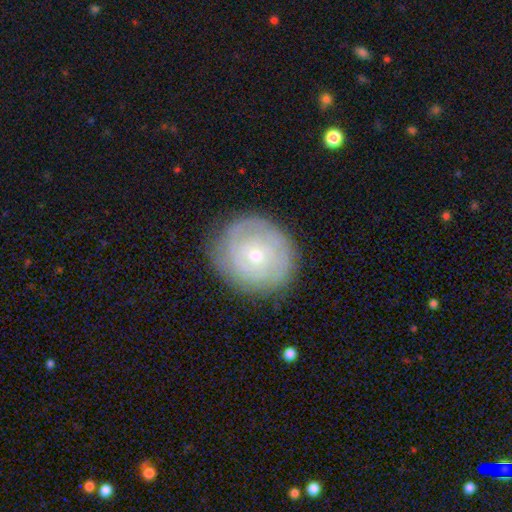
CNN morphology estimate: Smooth or featured: featured or disk — 63% (smooth — 30%)
Edge-on disk: no — 97% (yes — 3%)
Bar: no — 78% (weak — 19%)
Spiral arms: yes — 77% (no — 23%)
Bulge size: small — 57% (moderate — 40%)
Merging: none — 81% (minor disturbance — 13%)